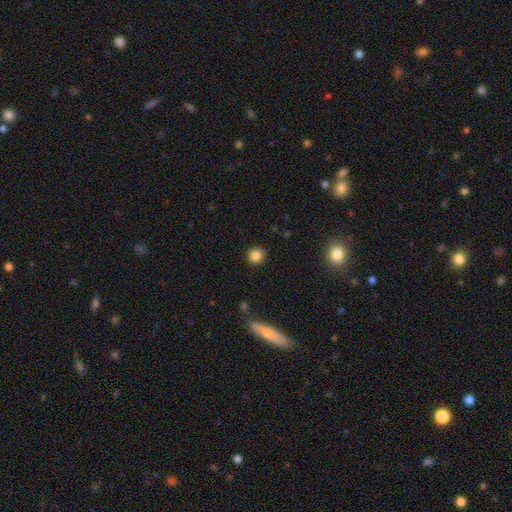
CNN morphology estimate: Smooth or featured?
  - smooth: 84% *
  - star or artifact: 11%
  - featured or disk: 5%
How rounded?
  - round: 92% *
  - in between: 7%
  - cigar-shaped: 1%
Merging?
  - none: 91% *
  - minor disturbance: 6%
  - major disturbance: 2%
  - merger: 1%